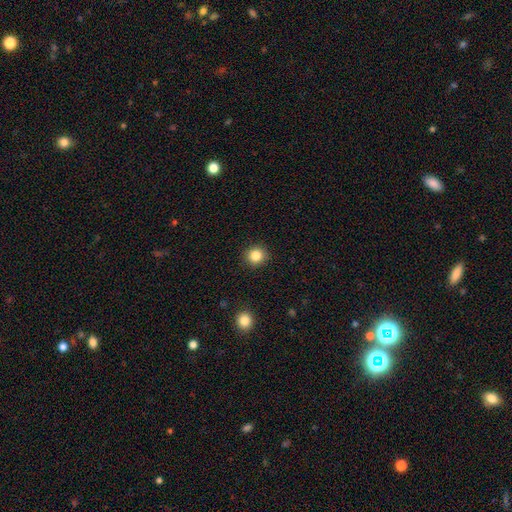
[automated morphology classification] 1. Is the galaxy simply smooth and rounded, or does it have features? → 84% smooth, 11% star or artifact, 5% featured or disk.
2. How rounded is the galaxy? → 90% round, 9% in between, 1% cigar-shaped.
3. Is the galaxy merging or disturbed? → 91% none, 6% minor disturbance, 2% major disturbance, 1% merger.